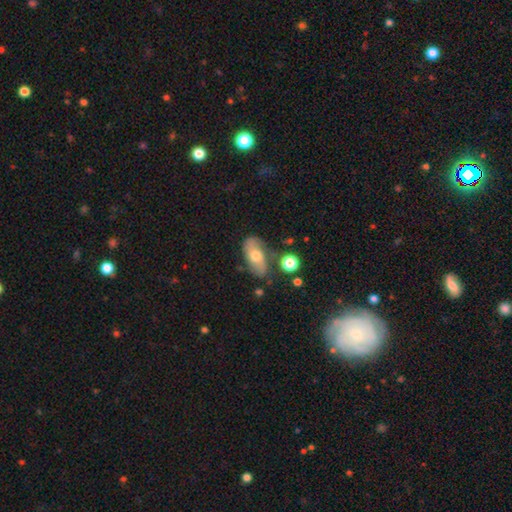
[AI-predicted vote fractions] Overall: smooth (52%; featured or disk 40%). How rounded: in between (88%). Merging: none (63%).